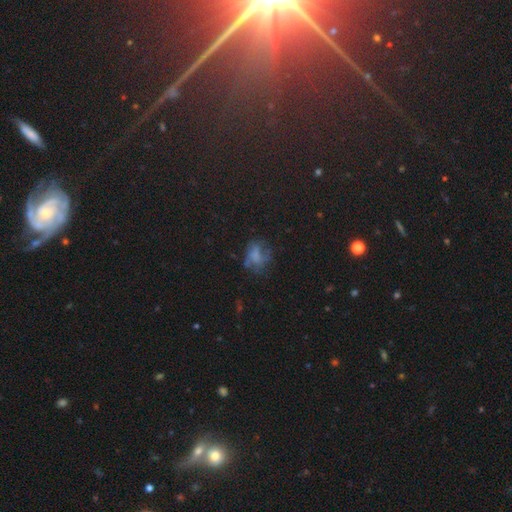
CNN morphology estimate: smooth-or-featured: smooth: 42% | featured or disk: 38% | star or artifact: 20%
  merging: none: 48% | major disturbance: 26% | minor disturbance: 22% | merger: 4%